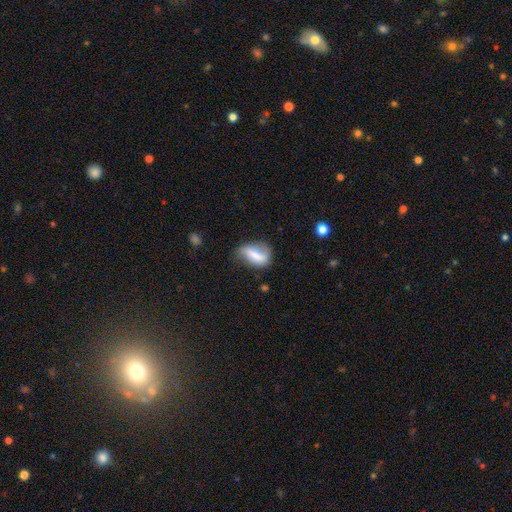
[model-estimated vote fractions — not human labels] smooth 64%, featured or disk 28%, star or artifact 8%. Down the decision tree: how rounded — in between (76%); merging — none (50%).